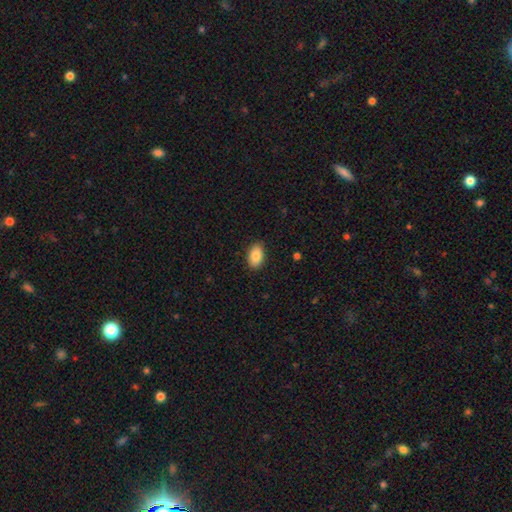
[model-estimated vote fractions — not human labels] A smooth galaxy with no disk features (88%) that is in between round and cigar-shaped (92%).

Vote fractions:
- Smooth or featured? smooth: 88% / star or artifact: 7% / featured or disk: 5%
- How rounded? in between: 92% / round: 7% / cigar-shaped: 1%
- Merging? none: 88% / minor disturbance: 9% / major disturbance: 2% / merger: 1%